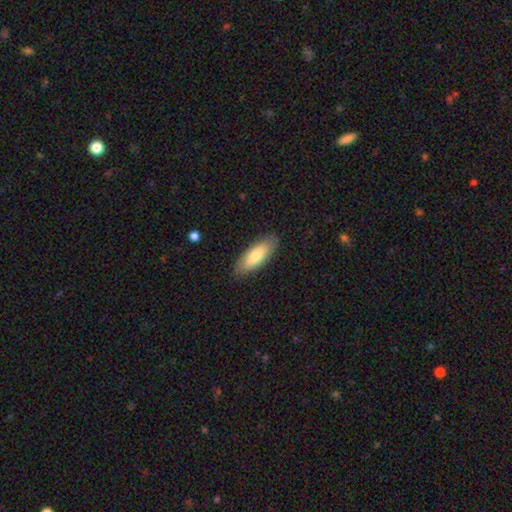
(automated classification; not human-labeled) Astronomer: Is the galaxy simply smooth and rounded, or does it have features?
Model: smooth — 73%.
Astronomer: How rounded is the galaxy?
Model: in between — 67%.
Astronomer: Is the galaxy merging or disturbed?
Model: none — 87%.